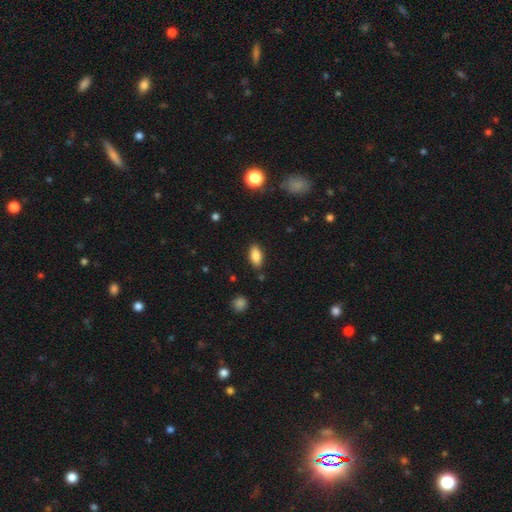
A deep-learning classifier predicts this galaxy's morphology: The model was most divided on "merging": none: 85%, minor disturbance: 11%, major disturbance: 3%, merger: 2%. More confident: how rounded — in between (90%); smooth or featured — smooth (86%).